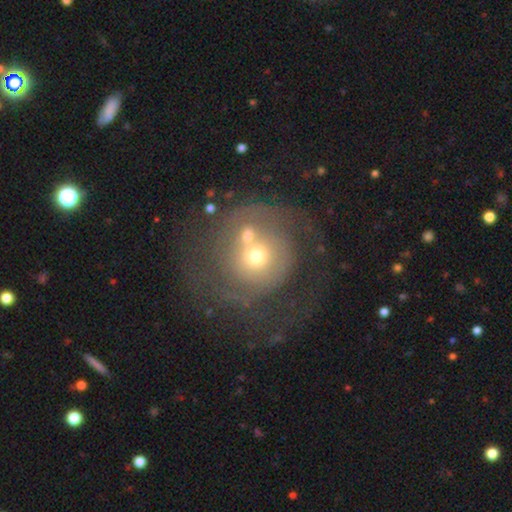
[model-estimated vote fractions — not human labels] Overall: featured or disk (61%; smooth 29%). Edge-on disk: no (97%). Bar: no (86%). Spiral arms: yes (64%; no 36%). Bulge size: small (46%; moderate 44%). Merging: none (40%; major disturbance 25%).